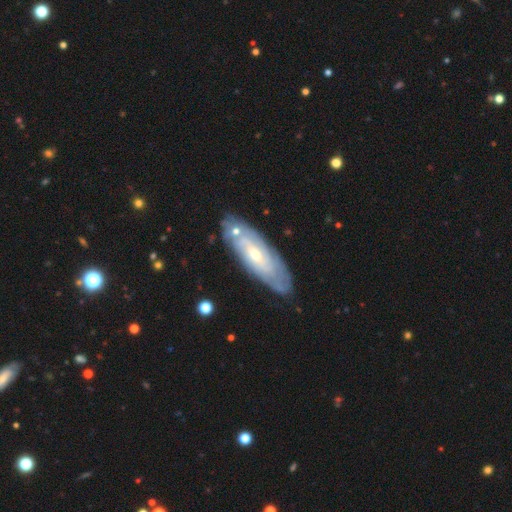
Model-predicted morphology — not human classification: A featured or disk galaxy (74%) with no bar (63%), spiral arms (80%) and a small central bulge (56%).

Vote fractions:
- Smooth or featured? featured or disk: 74% / smooth: 20% / star or artifact: 7%
- Edge-on disk? no: 79% / yes: 21%
- Bar? no: 63% / weak: 29% / strong: 7%
- Spiral arms? yes: 80% / no: 20%
- Bulge size? small: 56% / moderate: 40% / large: 2% / none: 1% / dominant: 1%
- Merging? none: 80% / minor disturbance: 13% / merger: 4% / major disturbance: 3%